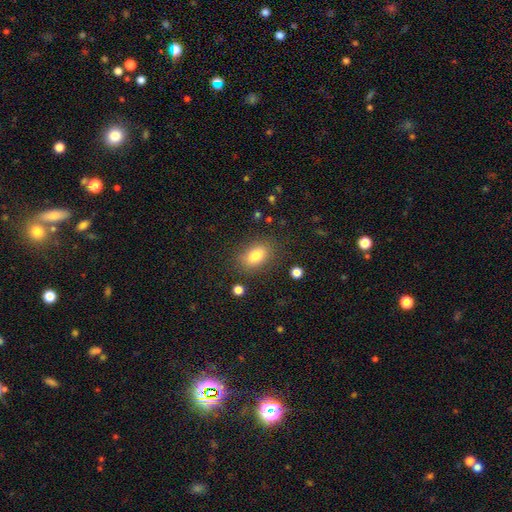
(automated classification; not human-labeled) A smooth galaxy with no disk features (82%) that is in between round and cigar-shaped (84%). Merging: none (81%).